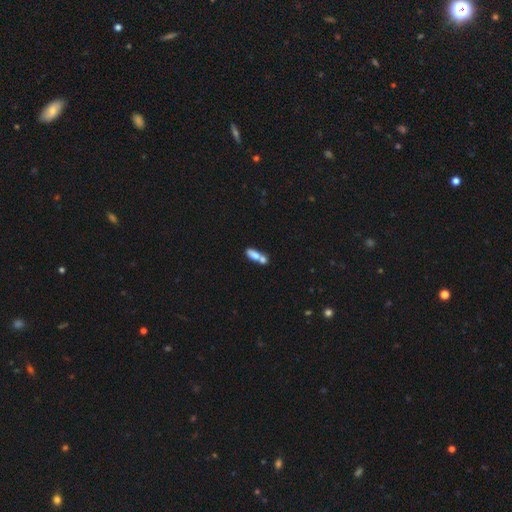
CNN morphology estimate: Smooth or featured? Predicted: smooth (p=0.76). How rounded? Predicted: in between (p=0.75). Merging? Predicted: merger (p=0.58).